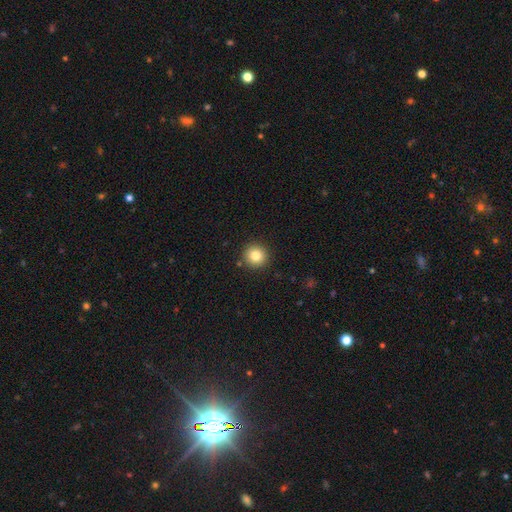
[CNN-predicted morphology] smooth-or-featured: smooth: 83% | star or artifact: 10% | featured or disk: 7%
  how-rounded: round: 94% | in between: 5% | cigar-shaped: 1%
  merging: none: 90% | minor disturbance: 6% | merger: 2% | major disturbance: 2%